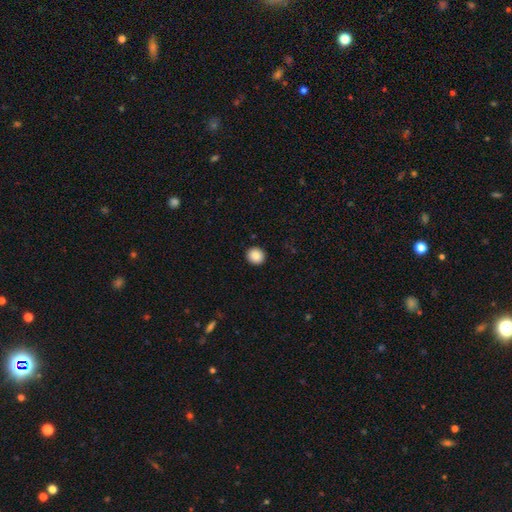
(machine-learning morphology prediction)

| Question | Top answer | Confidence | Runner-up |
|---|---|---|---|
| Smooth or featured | smooth | 88% | star or artifact (9%) |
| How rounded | round | 89% | in between (10%) |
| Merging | none | 93% | minor disturbance (5%) |